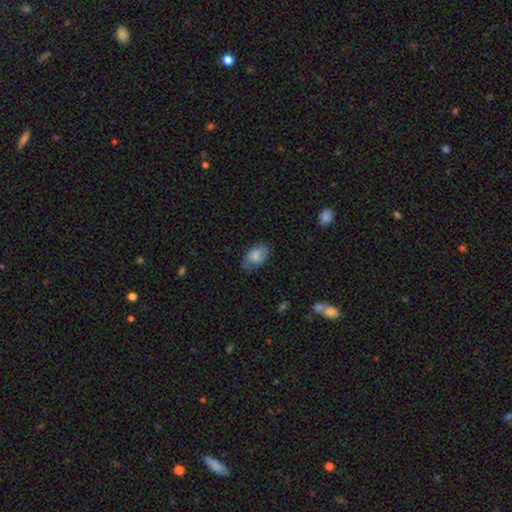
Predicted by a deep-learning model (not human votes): A smooth galaxy with no disk features (73%) that is in between round and cigar-shaped (89%). Merging: none (63%).